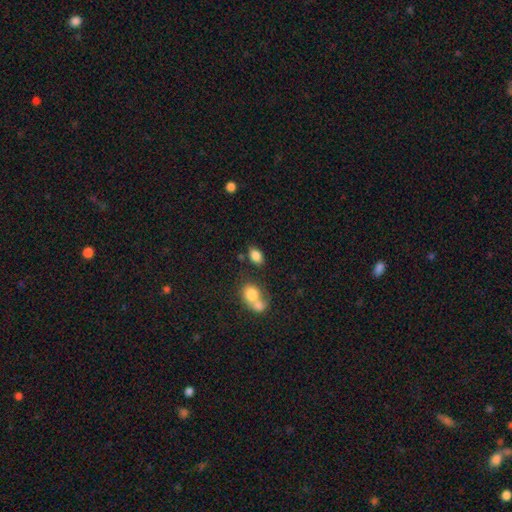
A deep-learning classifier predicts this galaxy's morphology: The model was most divided on "merging": none: 67%, merger: 16%, minor disturbance: 13%, major disturbance: 5%. More confident: smooth or featured — smooth (83%); how rounded — in between (82%).